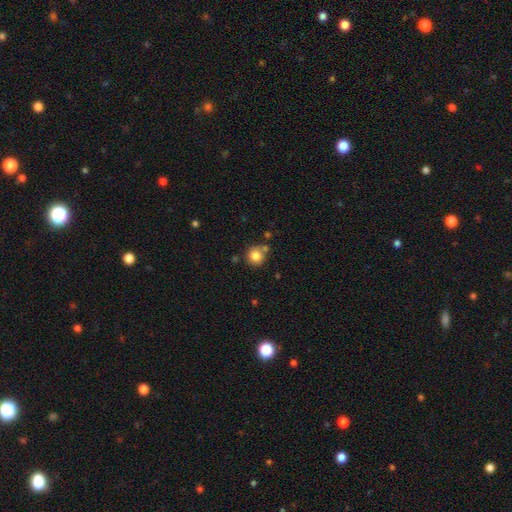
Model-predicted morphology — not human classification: Smooth or featured?
  - smooth: 82% *
  - star or artifact: 11%
  - featured or disk: 7%
How rounded?
  - round: 92% *
  - in between: 7%
  - cigar-shaped: 1%
Merging?
  - none: 73% *
  - merger: 13%
  - minor disturbance: 11%
  - major disturbance: 3%